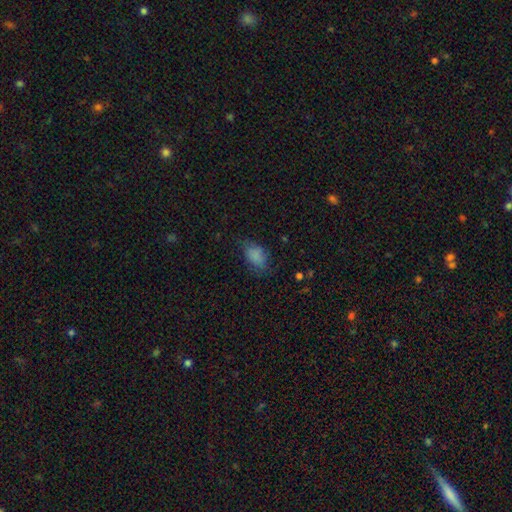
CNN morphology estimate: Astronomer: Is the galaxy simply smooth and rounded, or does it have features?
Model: smooth — 83%.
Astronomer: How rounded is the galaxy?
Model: in between — 89%.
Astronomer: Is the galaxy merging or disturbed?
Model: none — 60%.